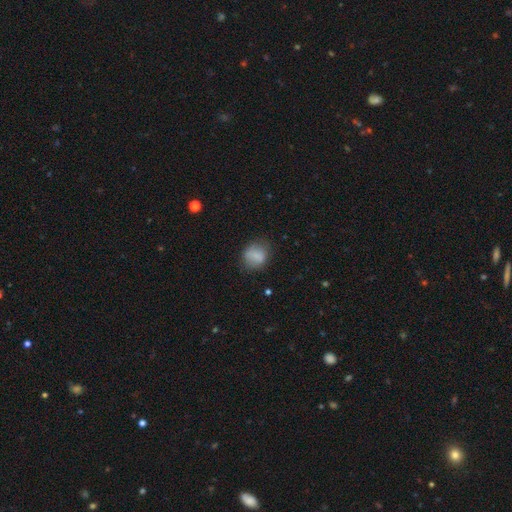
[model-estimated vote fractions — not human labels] This is clearly a smooth galaxy (81%). How rounded: likely round (63%). Merging: likely none (72%).